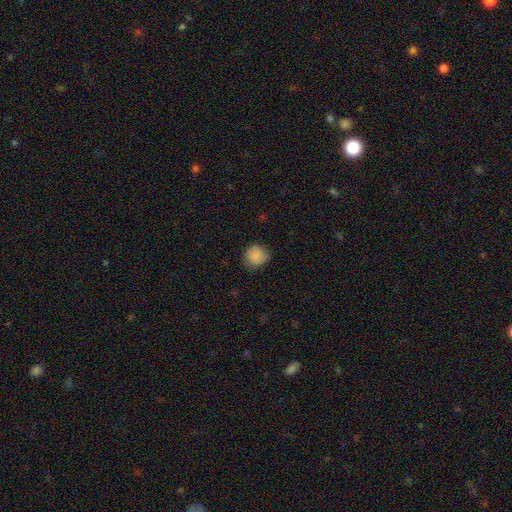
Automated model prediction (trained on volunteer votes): smooth-or-featured: smooth: 86% | star or artifact: 8% | featured or disk: 5%
  how-rounded: round: 85% | in between: 14% | cigar-shaped: 1%
  merging: none: 76% | minor disturbance: 19% | major disturbance: 4% | merger: 1%